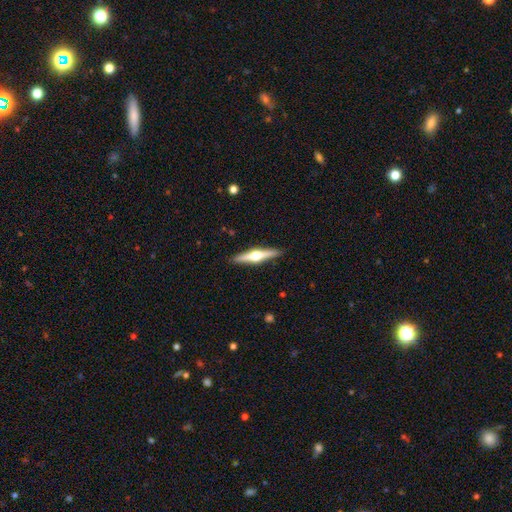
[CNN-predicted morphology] A featured or disk galaxy (74%) viewed edge-on (98%) with a rounded central bulge (96%).

Vote fractions:
- Smooth or featured? featured or disk: 74% / smooth: 21% / star or artifact: 5%
- Edge-on disk? yes: 98% / no: 2%
- Edge-on bulge? rounded: 96% / boxy: 3% / none: 2%
- Merging? none: 91% / minor disturbance: 7% / major disturbance: 1% / merger: 1%